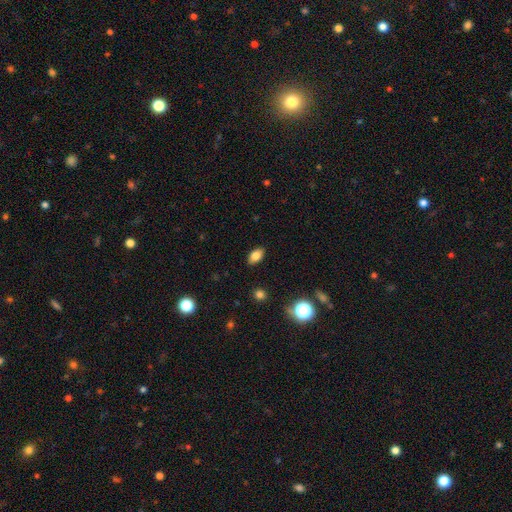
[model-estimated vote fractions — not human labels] smooth 80%, star or artifact 11%, featured or disk 9%. Down the decision tree: how rounded — in between (89%); merging — none (88%).